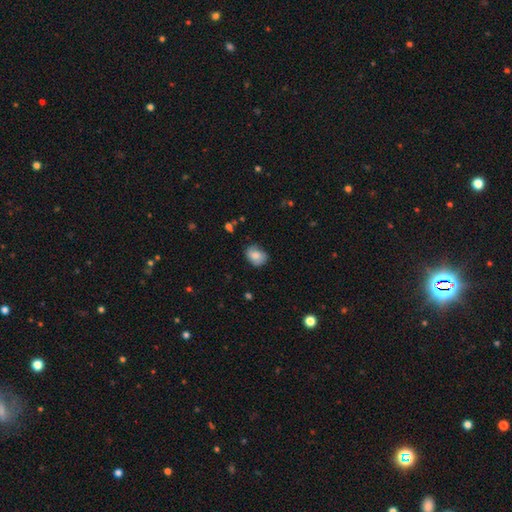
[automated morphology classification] A smooth galaxy with no disk features (76%) that is in between round and cigar-shaped (61%). Merging: none (67%).